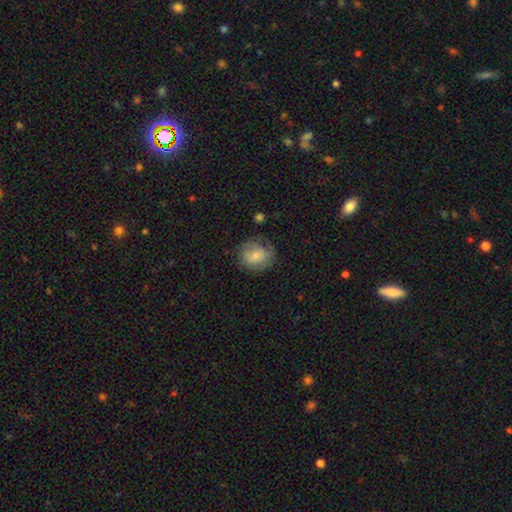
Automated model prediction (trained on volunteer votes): Smooth or featured? Predicted: smooth (p=0.70). How rounded? Predicted: round (p=0.73). Merging? Predicted: none (p=0.61).